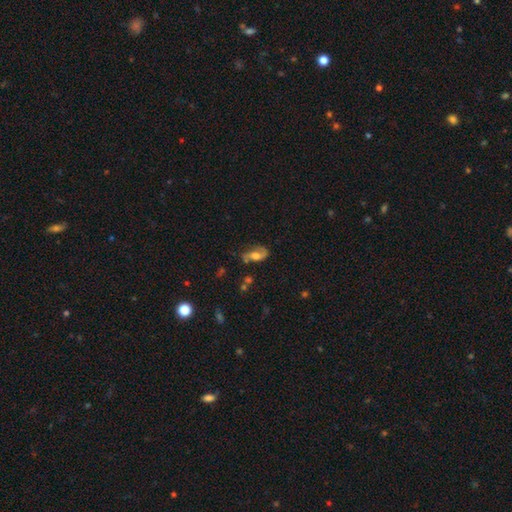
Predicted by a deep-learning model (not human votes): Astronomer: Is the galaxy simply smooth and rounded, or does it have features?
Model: featured or disk — 52% (runner-up: smooth, 39%).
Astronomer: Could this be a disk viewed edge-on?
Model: no — 90%.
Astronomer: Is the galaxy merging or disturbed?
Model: none — 50% (runner-up: minor disturbance, 27%).